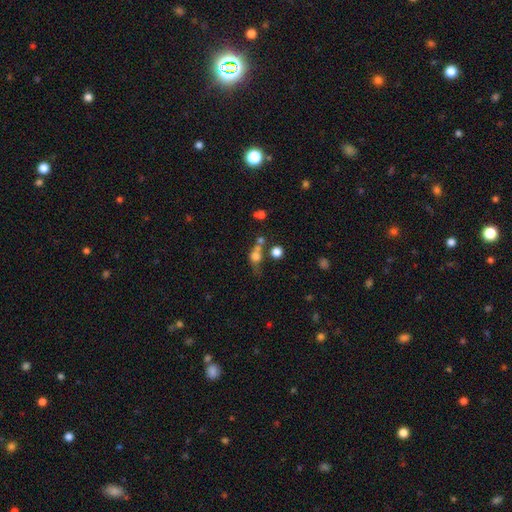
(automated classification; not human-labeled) Smooth or featured: smooth — 67% (featured or disk — 18%)
How rounded: round — 63% (in between — 33%)
Merging: none — 36% (merger — 33%)